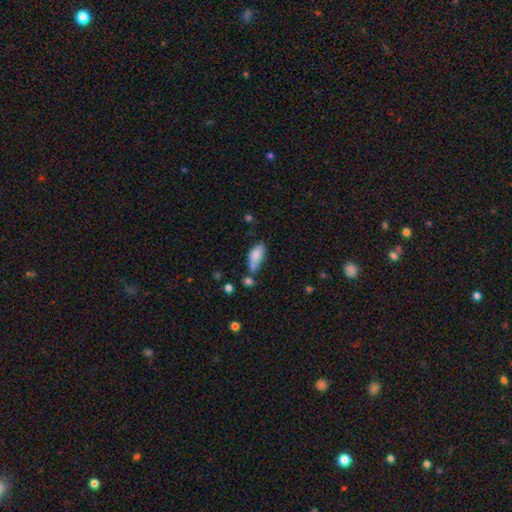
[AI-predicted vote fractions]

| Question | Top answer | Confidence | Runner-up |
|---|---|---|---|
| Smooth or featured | smooth | 81% | featured or disk (12%) |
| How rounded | in between | 86% | cigar-shaped (11%) |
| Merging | none | 41% | minor disturbance (27%) |